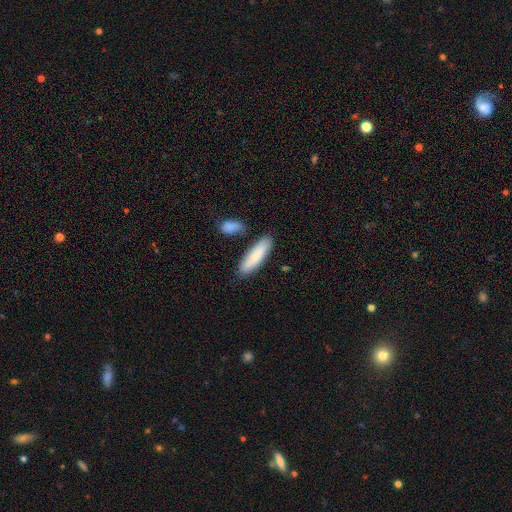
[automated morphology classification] smooth 83%, featured or disk 11%, star or artifact 6%. Down the decision tree: how rounded — cigar-shaped (62%); merging — none (78%).